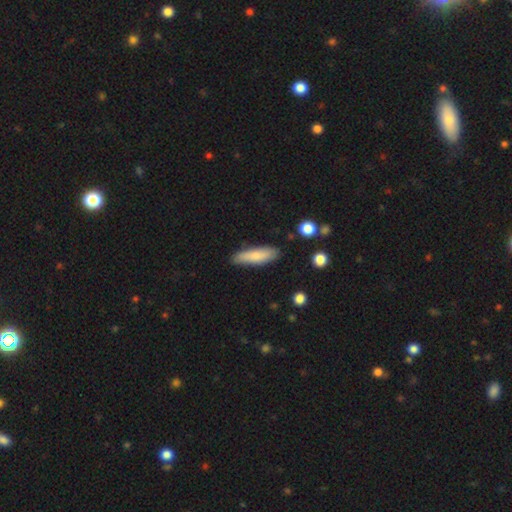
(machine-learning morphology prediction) Smooth or featured: smooth — 79% (featured or disk — 15%)
How rounded: cigar-shaped — 66% (in between — 33%)
Merging: none — 84% (minor disturbance — 12%)